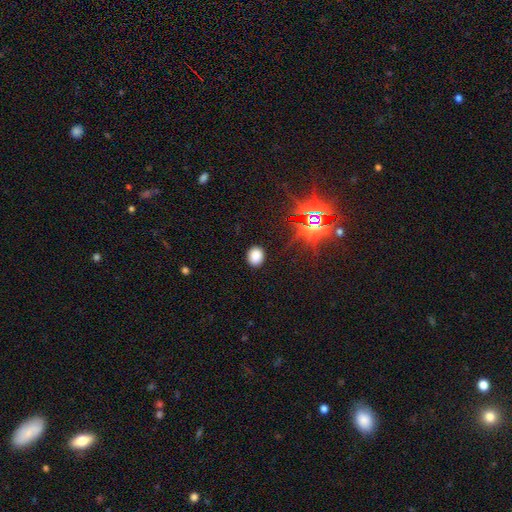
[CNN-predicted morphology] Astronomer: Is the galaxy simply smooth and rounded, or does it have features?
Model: smooth — 77%.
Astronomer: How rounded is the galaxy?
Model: round — 50% (runner-up: in between, 49%).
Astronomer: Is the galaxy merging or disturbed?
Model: none — 87%.